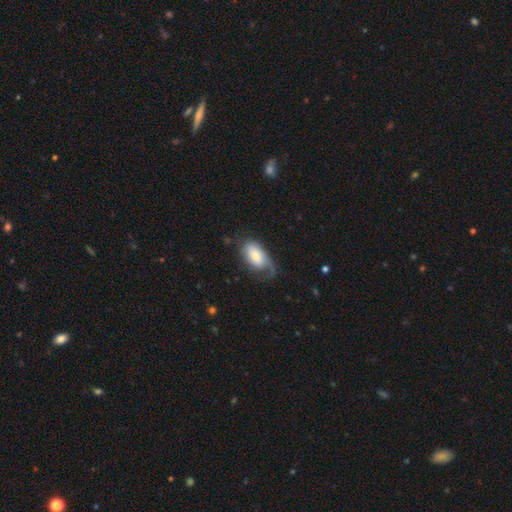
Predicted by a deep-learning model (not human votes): smooth_or_featured: smooth (p=0.60) [alt: featured or disk p=0.34]
how_rounded: in between (p=0.93) [alt: round p=0.05]
merging: none (p=0.40) [alt: minor disturbance p=0.29]